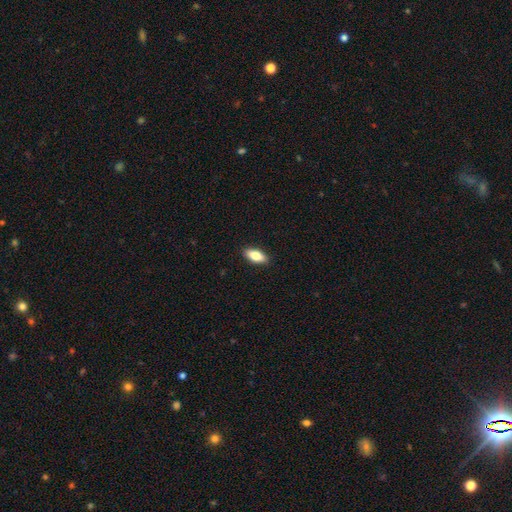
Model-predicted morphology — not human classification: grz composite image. It shows a smooth galaxy with no disk features (79%) that is in between round and cigar-shaped (83%). Merging: none (90%).